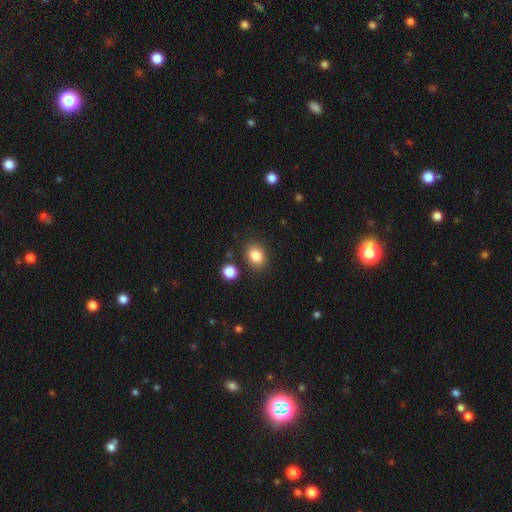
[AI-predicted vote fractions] Smooth or featured? smooth (85%)
How rounded? in between (60%)
Merging? none (82%)